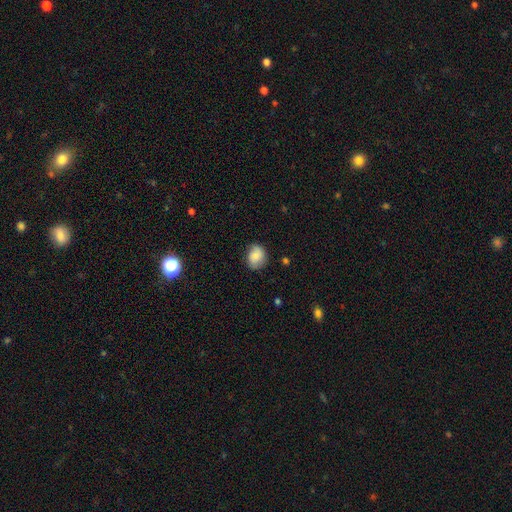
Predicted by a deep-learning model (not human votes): smooth 80%, featured or disk 12%, star or artifact 8%. Down the decision tree: how rounded — round (55%); merging — none (77%).